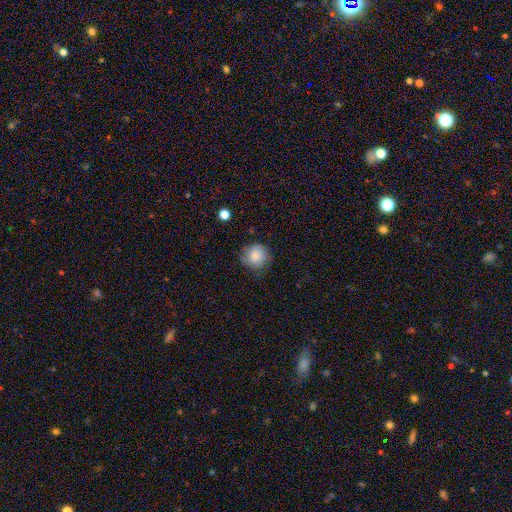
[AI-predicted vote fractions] Smooth or featured? Predicted: smooth (p=0.82). How rounded? Predicted: round (p=0.91). Merging? Predicted: none (p=0.73).